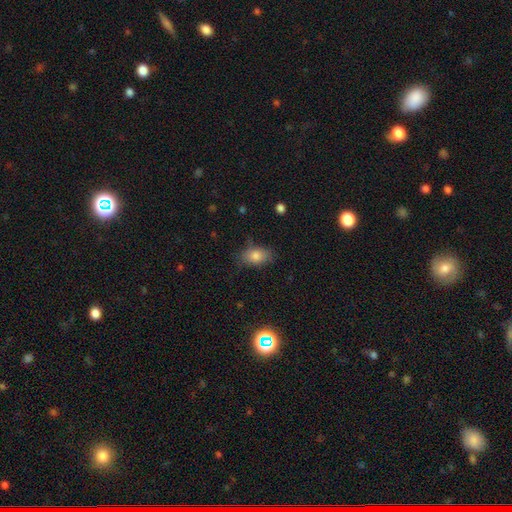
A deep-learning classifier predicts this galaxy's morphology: Smooth or featured? smooth (80%)
How rounded? in between (86%)
Merging? none (75%)